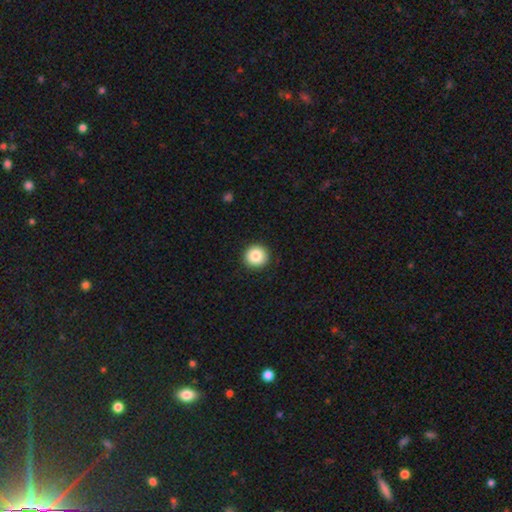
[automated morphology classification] Smooth or featured: smooth — 86% (star or artifact — 9%)
How rounded: round — 94% (in between — 5%)
Merging: none — 92% (minor disturbance — 5%)